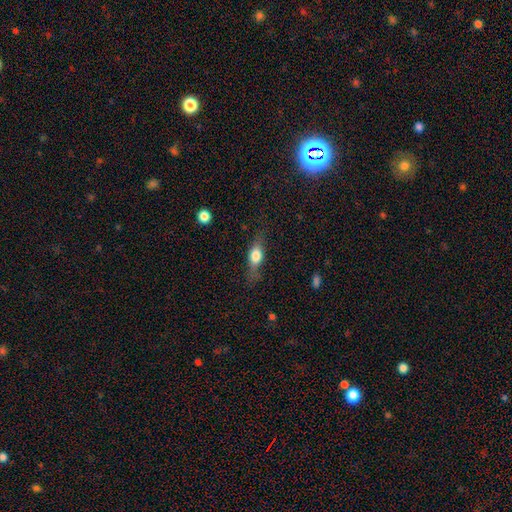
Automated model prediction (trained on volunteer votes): Smooth or featured? smooth (63%)
How rounded? in between (63%)
Merging? none (65%)